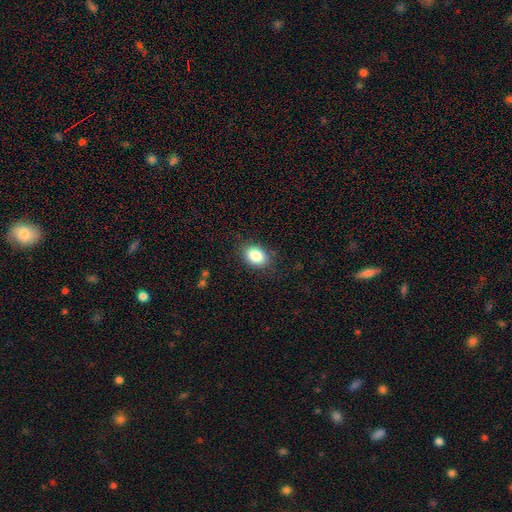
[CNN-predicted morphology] type=smooth (85%); roundness=in between (73%); merging=none (83%).